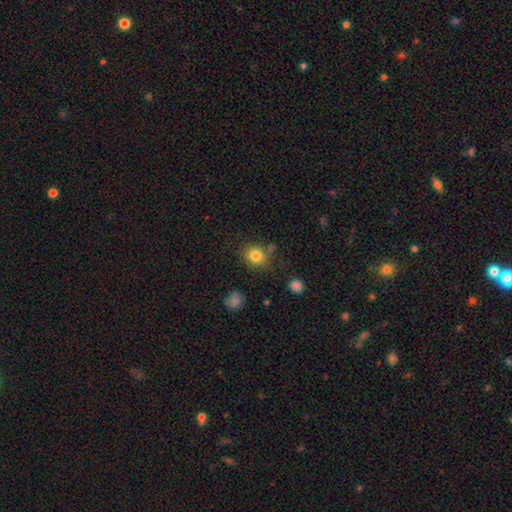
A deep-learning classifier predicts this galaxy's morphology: Smooth or featured?
  - smooth: 82% *
  - star or artifact: 11%
  - featured or disk: 7%
How rounded?
  - round: 80% *
  - in between: 19%
  - cigar-shaped: 1%
Merging?
  - none: 76% *
  - minor disturbance: 13%
  - merger: 7%
  - major disturbance: 4%